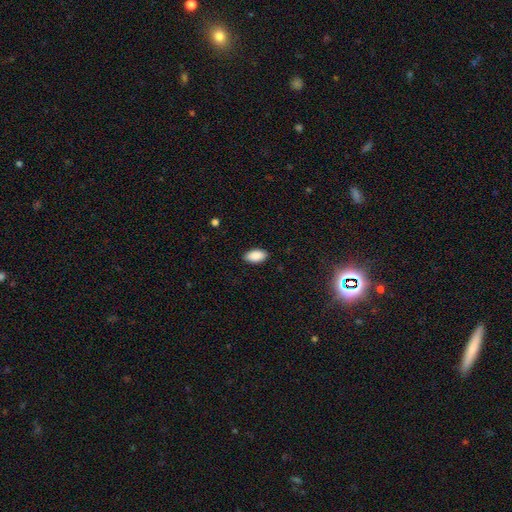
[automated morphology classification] Smooth or featured? Predicted: smooth (p=0.90). How rounded? Predicted: in between (p=0.94). Merging? Predicted: none (p=0.88).